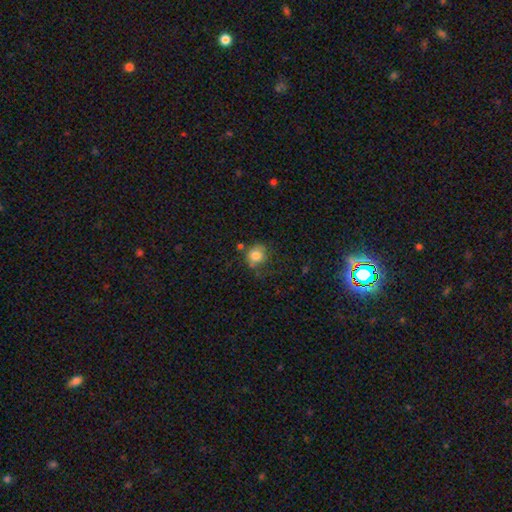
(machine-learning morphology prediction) Smooth or featured?
  - smooth: 80% *
  - star or artifact: 10%
  - featured or disk: 9%
How rounded?
  - round: 80% *
  - in between: 19%
  - cigar-shaped: 1%
Merging?
  - none: 62% *
  - minor disturbance: 22%
  - merger: 8%
  - major disturbance: 8%